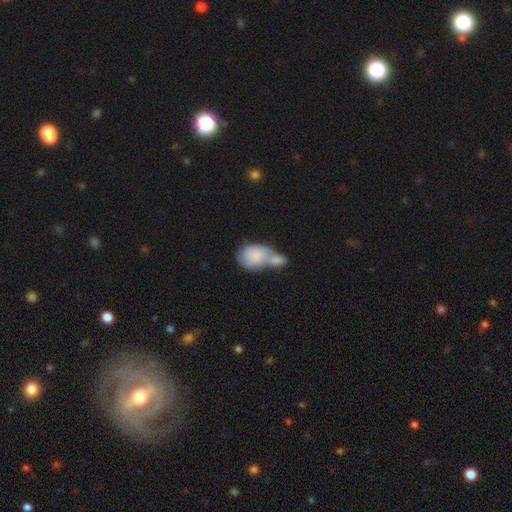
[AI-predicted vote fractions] Morphology: type=smooth (74%); roundness=in between (71%); merging=merger (69%).